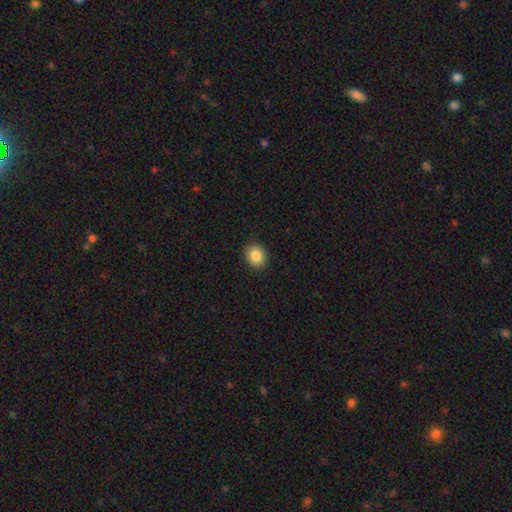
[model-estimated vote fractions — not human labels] A smooth galaxy with no disk features (86%) that is round (61%). Merging: none (90%).